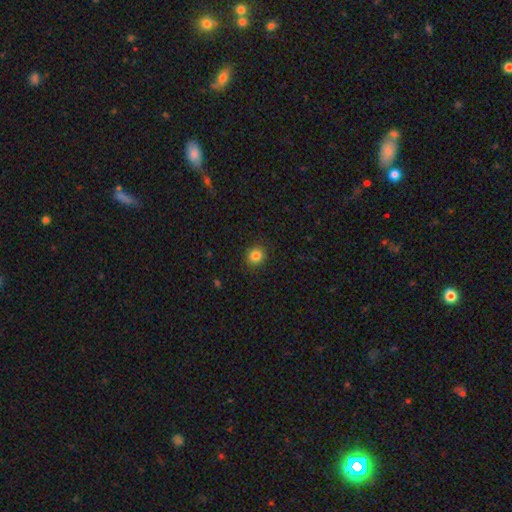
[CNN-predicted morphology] This appears to be a smooth galaxy with no disk features (84%) that is round (84%). Merging: none (89%).